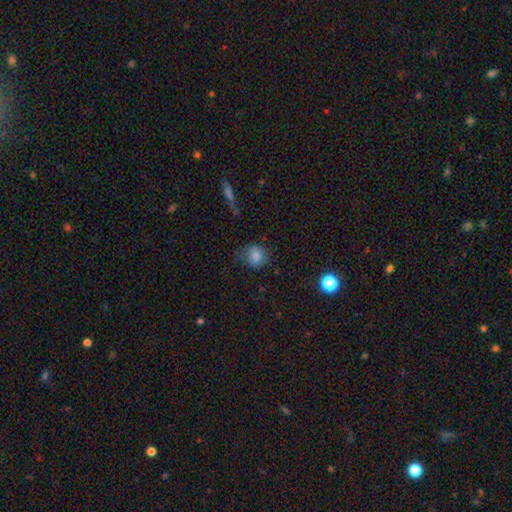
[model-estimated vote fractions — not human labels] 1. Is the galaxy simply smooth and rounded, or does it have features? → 82% smooth, 11% star or artifact, 7% featured or disk.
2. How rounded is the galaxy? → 68% round, 31% in between, 1% cigar-shaped.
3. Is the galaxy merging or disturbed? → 64% none, 24% minor disturbance, 10% major disturbance, 2% merger.